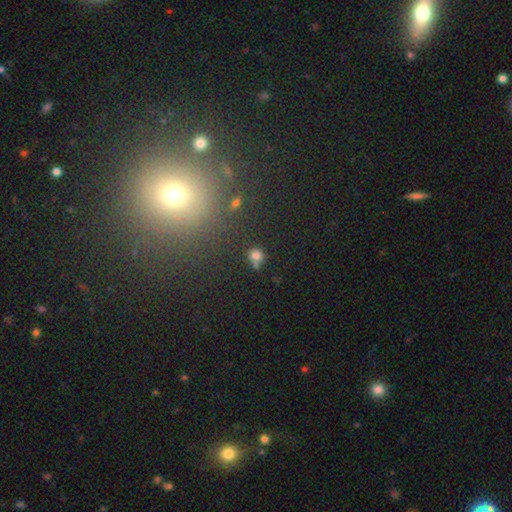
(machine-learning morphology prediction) smooth 76%, star or artifact 17%, featured or disk 7%. Down the decision tree: how rounded — round (85%); merging — none (62%).